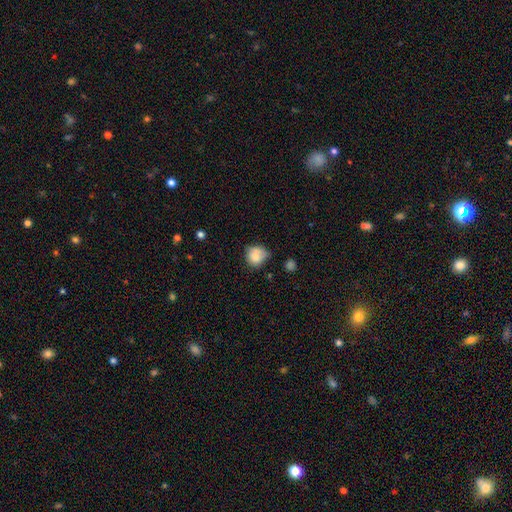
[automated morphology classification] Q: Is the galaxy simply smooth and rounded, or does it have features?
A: smooth — 79%.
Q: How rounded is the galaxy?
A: round — 78%.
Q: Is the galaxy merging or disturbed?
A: none — 49%.